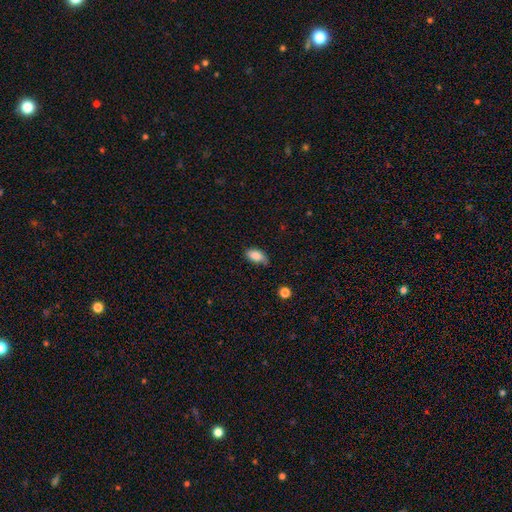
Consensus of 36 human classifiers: smooth 86%, featured or disk 8%, star or artifact 6%. Down the decision tree: how rounded — in between (90%); merging — none (65%).